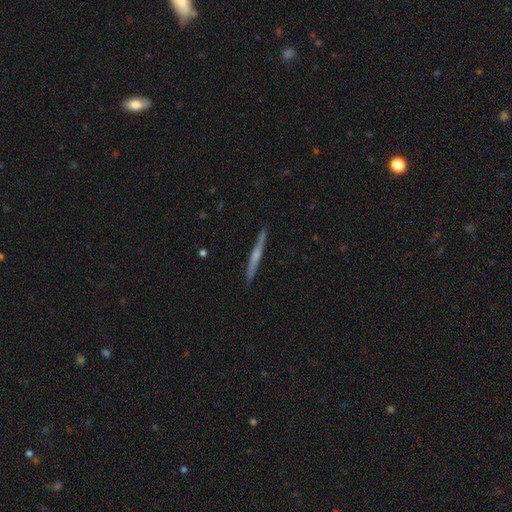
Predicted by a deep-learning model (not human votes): Overall: featured or disk (62%; smooth 32%). Edge-on disk: yes (98%). Edge-on bulge: rounded (50%; none 40%). Merging: none (91%).